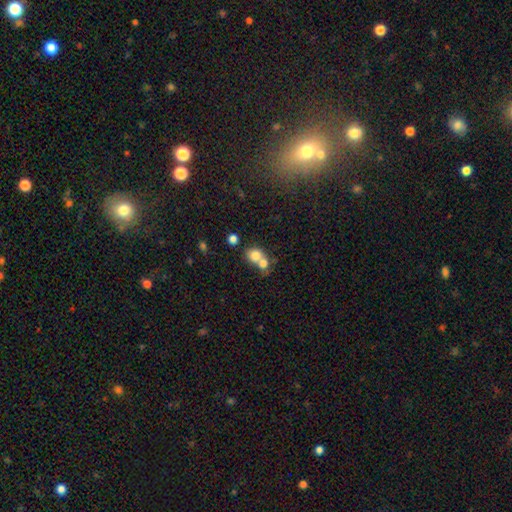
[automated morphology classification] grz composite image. It shows a smooth galaxy with no disk features (76%) that is round (65%). Merging: merger (65%).